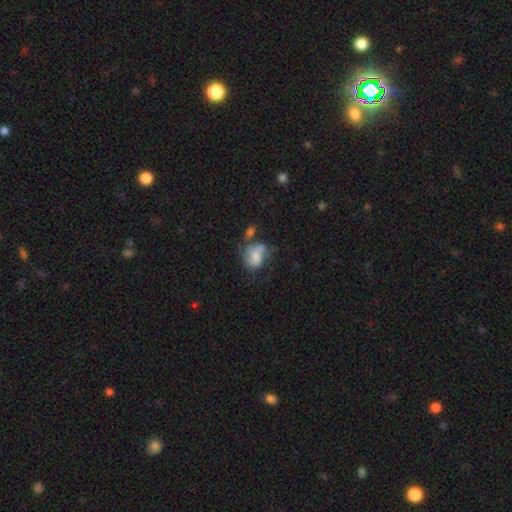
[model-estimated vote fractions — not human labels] This is possibly a smooth galaxy (48%). Merging: marginally none (32%).